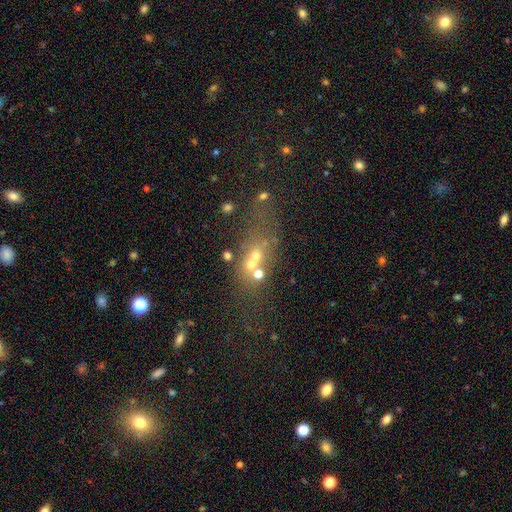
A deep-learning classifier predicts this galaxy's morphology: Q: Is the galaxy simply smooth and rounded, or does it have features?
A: smooth — 44%.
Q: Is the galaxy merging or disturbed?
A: merger — 42%.